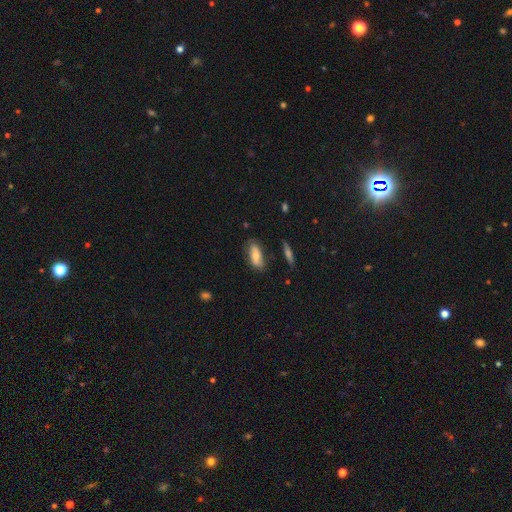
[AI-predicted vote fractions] Smooth or featured: smooth — 69% (featured or disk — 24%)
How rounded: in between — 81% (cigar-shaped — 16%)
Merging: none — 71% (minor disturbance — 21%)